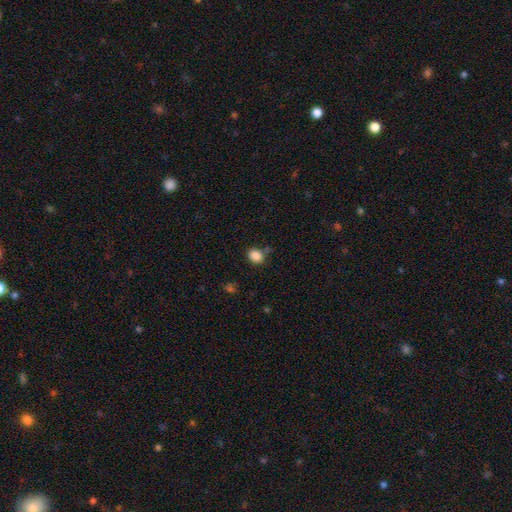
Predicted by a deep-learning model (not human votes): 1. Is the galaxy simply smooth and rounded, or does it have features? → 86% smooth, 10% star or artifact, 4% featured or disk.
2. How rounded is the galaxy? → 56% round, 43% in between, 1% cigar-shaped.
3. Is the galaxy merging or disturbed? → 74% none, 15% minor disturbance, 6% merger, 5% major disturbance.